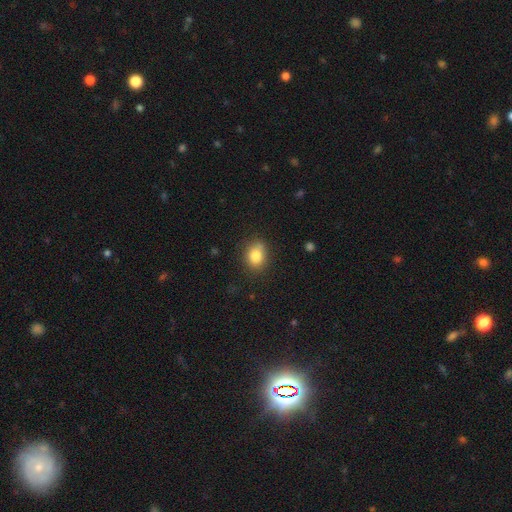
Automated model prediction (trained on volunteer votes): The model was most divided on "how rounded": in between: 51%, round: 48%, cigar-shaped: 1%. More confident: smooth or featured — smooth (82%); merging — none (74%).